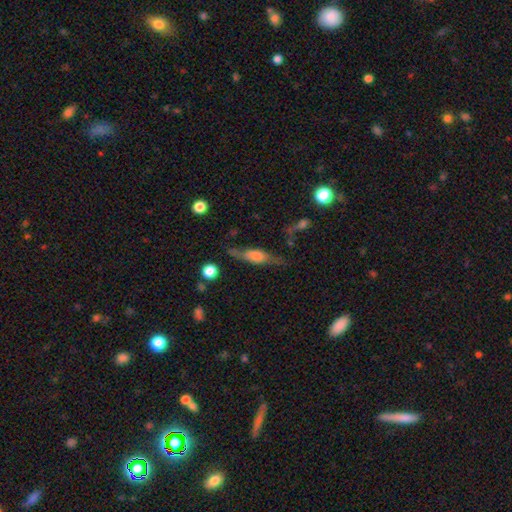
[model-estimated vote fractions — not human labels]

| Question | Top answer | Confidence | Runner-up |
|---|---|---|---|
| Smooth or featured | featured or disk | 50% | smooth (42%) |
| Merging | none | 59% | minor disturbance (22%) |